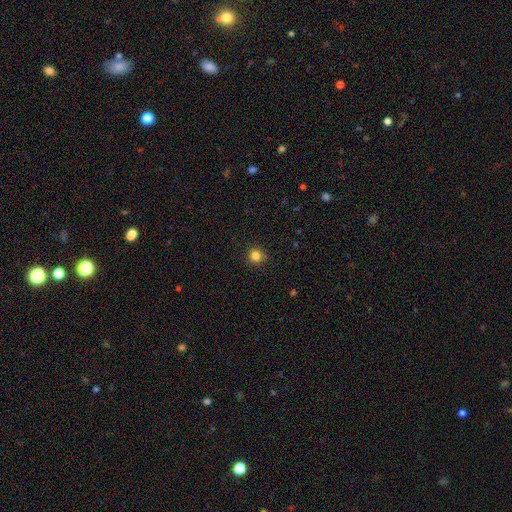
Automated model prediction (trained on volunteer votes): This is clearly a smooth galaxy (83%). How rounded: clearly round (94%). Merging: clearly none (89%).